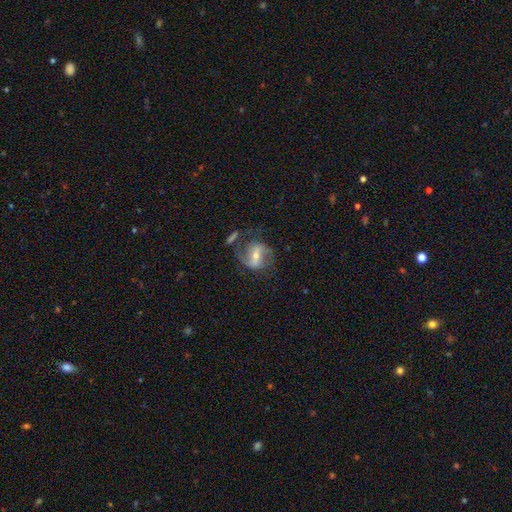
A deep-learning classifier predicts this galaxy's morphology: The model was most divided on "bulge size": small: 49%, moderate: 44%, large: 3%, none: 3%, dominant: 1%. Remaining: edge-on disk — no (96%); spiral arms — yes (91%); spiral arm count — 2 (86%); smooth or featured — featured or disk (80%); merging — none (59%); bar — strong (51%); spiral winding — medium (46%).